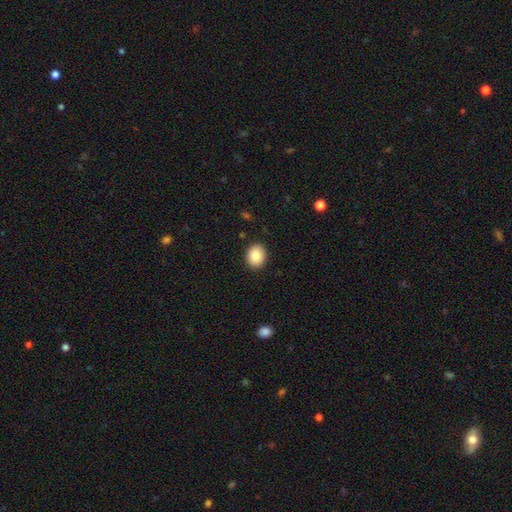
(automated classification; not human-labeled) smooth-or-featured: smooth: 89% | star or artifact: 7% | featured or disk: 4%
  how-rounded: round: 54% | in between: 45% | cigar-shaped: 1%
  merging: none: 90% | minor disturbance: 7% | major disturbance: 2% | merger: 1%